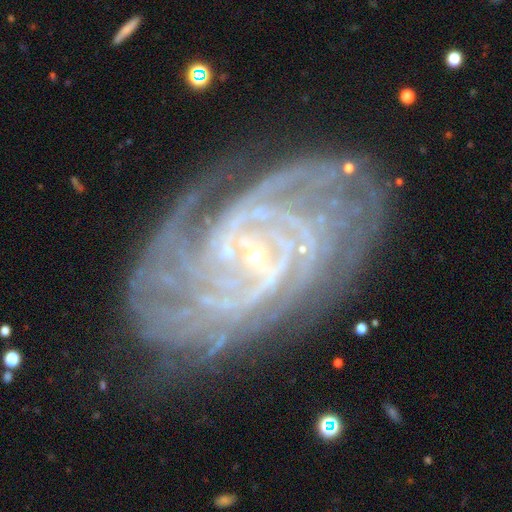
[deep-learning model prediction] Overall: featured or disk (92%). Edge-on disk: no (97%). Bar: no (48%; weak 35%). Spiral arms: yes (98%). Spiral arm count: 4 (23%; more than 4 19%). Spiral winding: tight (76%). Bulge size: small (87%). Merging: none (73%).